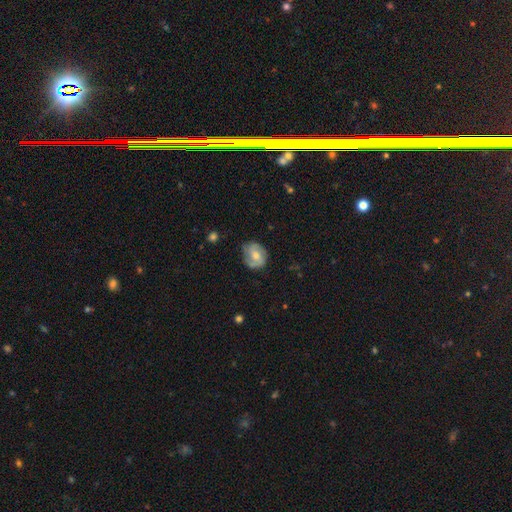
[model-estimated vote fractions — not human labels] smooth-or-featured: featured or disk: 55% | smooth: 38% | star or artifact: 7%
  disk-edge-on: no: 97% | yes: 3%
    bar: no: 51% | weak: 38% | strong: 11%
    has-spiral-arms: yes: 82% | no: 18%
    bulge-size: moderate: 58% | small: 35% | large: 3% | none: 3% | dominant: 1%
  merging: none: 63% | minor disturbance: 27% | major disturbance: 9% | merger: 1%